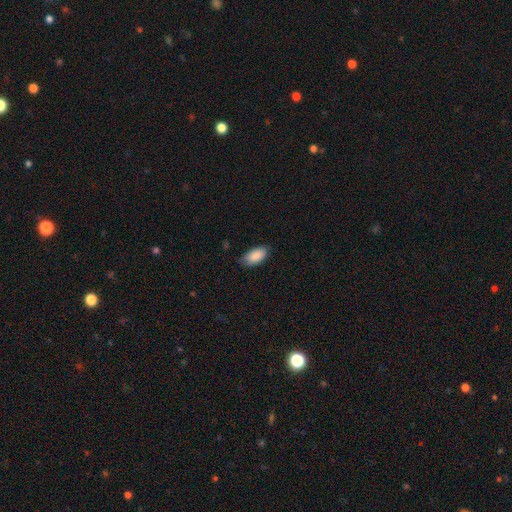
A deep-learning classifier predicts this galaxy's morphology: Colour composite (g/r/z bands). It shows a smooth galaxy with no disk features (89%) that is in between round and cigar-shaped (94%). Merging: none (75%).